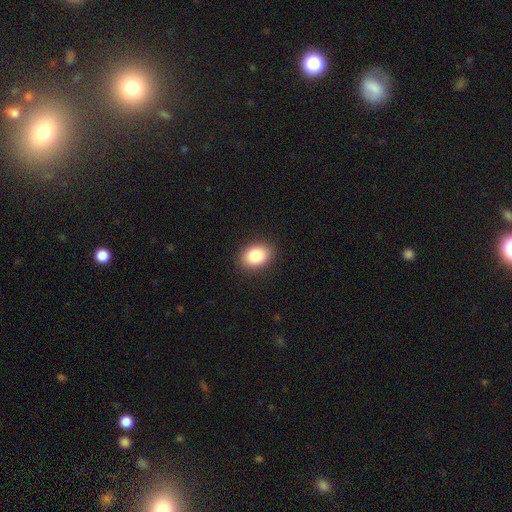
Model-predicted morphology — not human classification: Smooth or featured?
  - smooth: 84% *
  - star or artifact: 9%
  - featured or disk: 7%
How rounded?
  - in between: 73% *
  - round: 26%
  - cigar-shaped: 1%
Merging?
  - none: 89% *
  - minor disturbance: 7%
  - major disturbance: 2%
  - merger: 1%